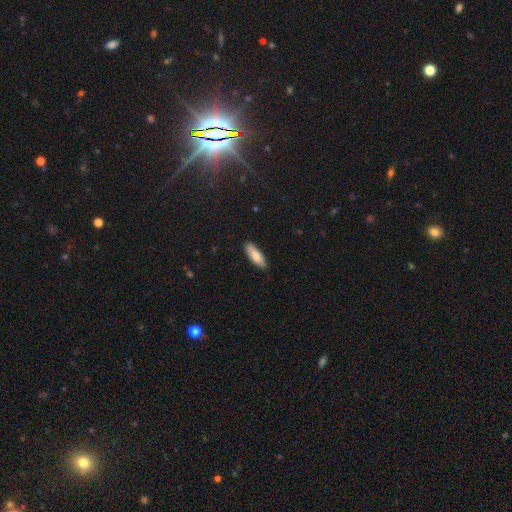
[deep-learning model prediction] Q: Smooth or featured?
A: smooth (83%); runner-up: featured or disk (11%)
Q: How rounded?
A: in between (56%); runner-up: cigar-shaped (42%)
Q: Merging?
A: none (86%); runner-up: minor disturbance (11%)